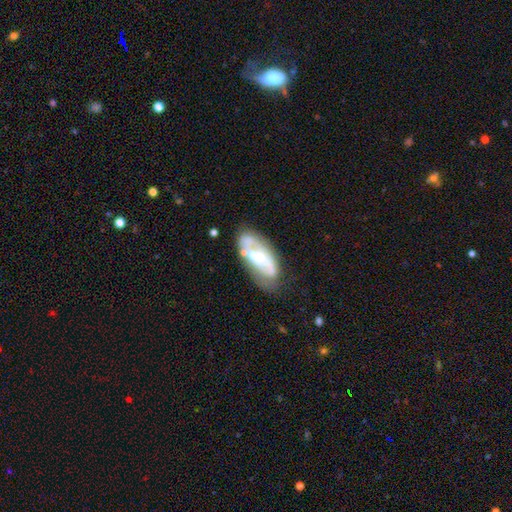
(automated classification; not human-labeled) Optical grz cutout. It shows a featured or disk galaxy (65%) with no bar (51%), spiral arms (53%) and a moderate central bulge (40%). Merging: none (53%).